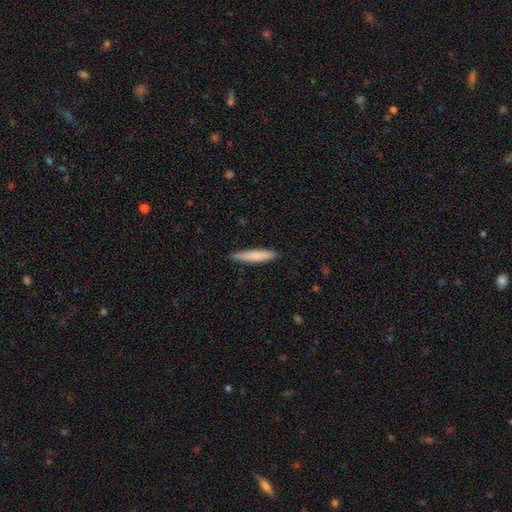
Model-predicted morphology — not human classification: Smooth or featured: smooth — 77% (featured or disk — 18%)
How rounded: cigar-shaped — 92% (in between — 7%)
Merging: none — 89% (minor disturbance — 9%)